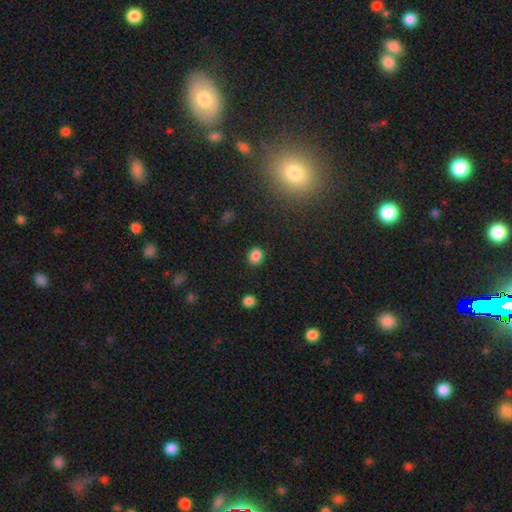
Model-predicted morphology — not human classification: Smooth or featured? Predicted: smooth (p=0.84). How rounded? Predicted: round (p=0.75). Merging? Predicted: none (p=0.88).